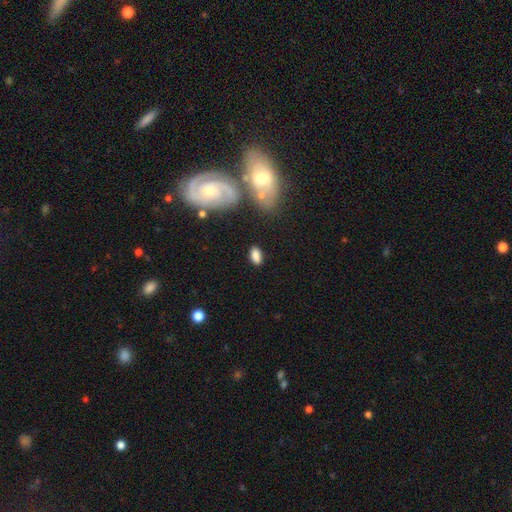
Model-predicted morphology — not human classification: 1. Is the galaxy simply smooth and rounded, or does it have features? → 81% smooth, 11% featured or disk, 9% star or artifact.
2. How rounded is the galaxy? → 91% in between, 5% round, 4% cigar-shaped.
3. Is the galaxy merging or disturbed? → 80% none, 13% minor disturbance, 4% major disturbance, 3% merger.